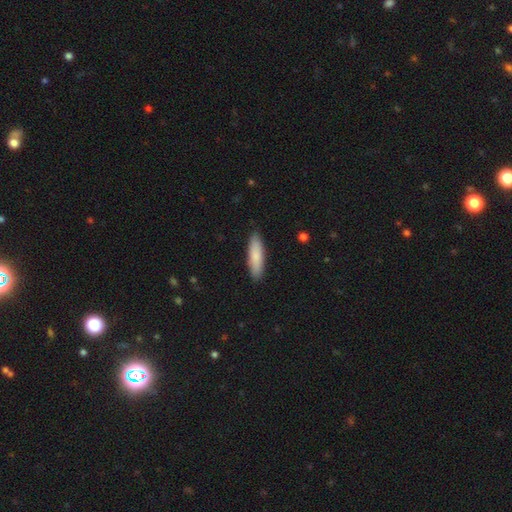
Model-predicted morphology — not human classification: smooth-or-featured: smooth: 83% | featured or disk: 12% | star or artifact: 5%
  how-rounded: cigar-shaped: 64% | in between: 34% | round: 1%
  merging: none: 89% | minor disturbance: 8% | major disturbance: 2% | merger: 1%